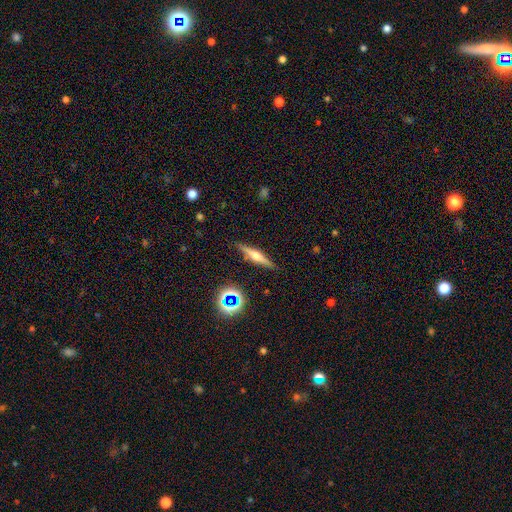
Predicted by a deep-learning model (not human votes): A featured or disk galaxy (63%) viewed edge-on (96%) with a rounded central bulge (88%). Merging: none (87%).